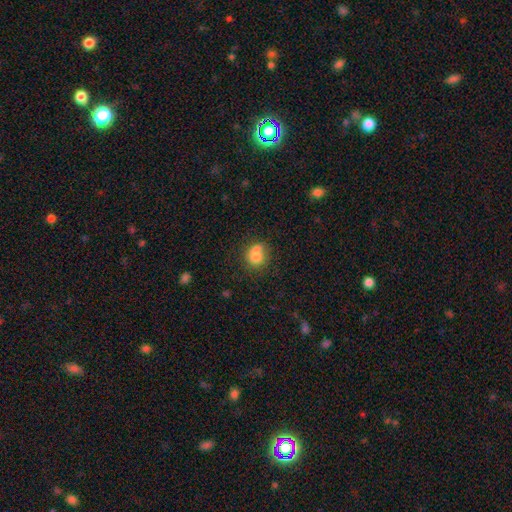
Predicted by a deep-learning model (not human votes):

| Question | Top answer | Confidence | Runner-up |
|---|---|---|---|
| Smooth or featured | smooth | 74% | featured or disk (15%) |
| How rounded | round | 70% | in between (29%) |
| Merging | none | 39% | merger (38%) |